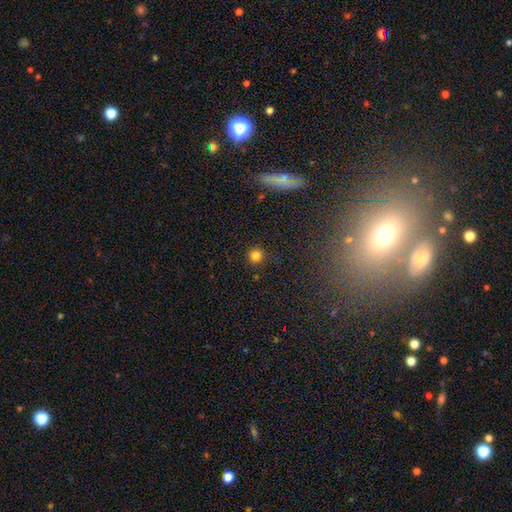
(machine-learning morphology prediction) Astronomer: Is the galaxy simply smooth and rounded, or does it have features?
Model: smooth — 81%.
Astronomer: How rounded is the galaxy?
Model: round — 94%.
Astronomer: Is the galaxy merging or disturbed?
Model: none — 90%.